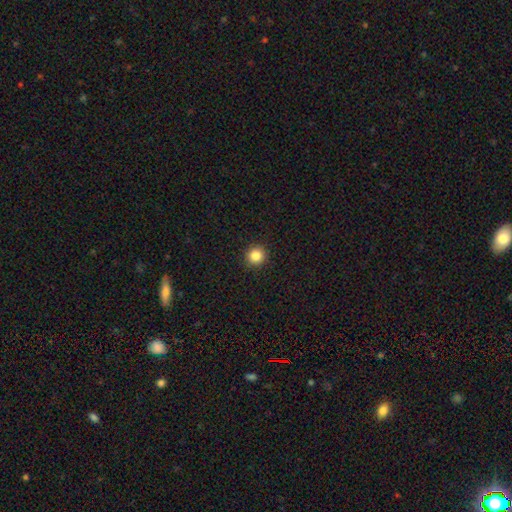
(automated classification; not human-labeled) smooth-or-featured: smooth: 85% | star or artifact: 11% | featured or disk: 4%
  how-rounded: round: 93% | in between: 6% | cigar-shaped: 1%
  merging: none: 93% | minor disturbance: 4% | major disturbance: 2% | merger: 1%